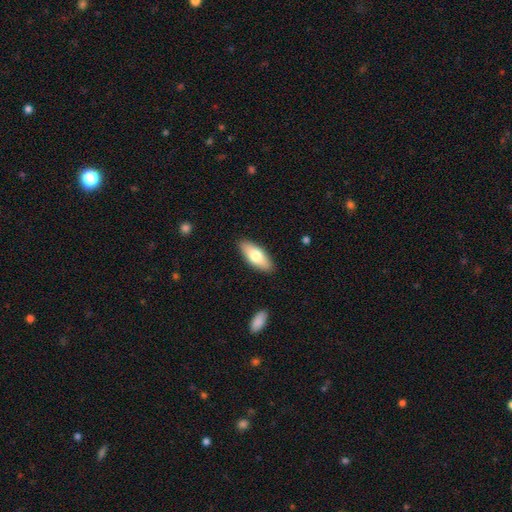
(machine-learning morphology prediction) smooth_or_featured: smooth (p=0.71) [alt: featured or disk p=0.24]
how_rounded: in between (p=0.78) [alt: cigar-shaped p=0.20]
merging: none (p=0.89) [alt: minor disturbance p=0.08]